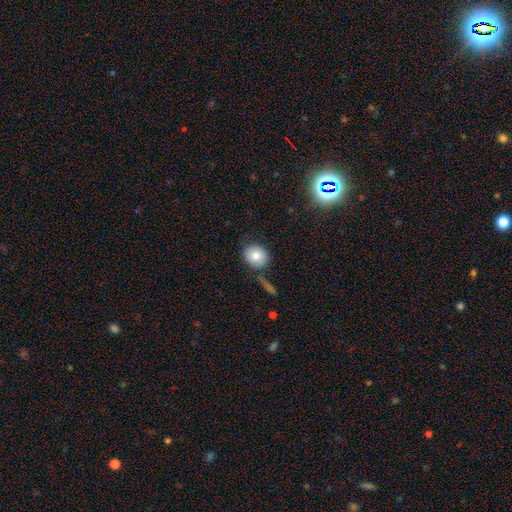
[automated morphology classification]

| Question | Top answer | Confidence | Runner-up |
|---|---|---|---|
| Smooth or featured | smooth | 80% | featured or disk (12%) |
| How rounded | round | 78% | in between (21%) |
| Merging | none | 74% | minor disturbance (15%) |